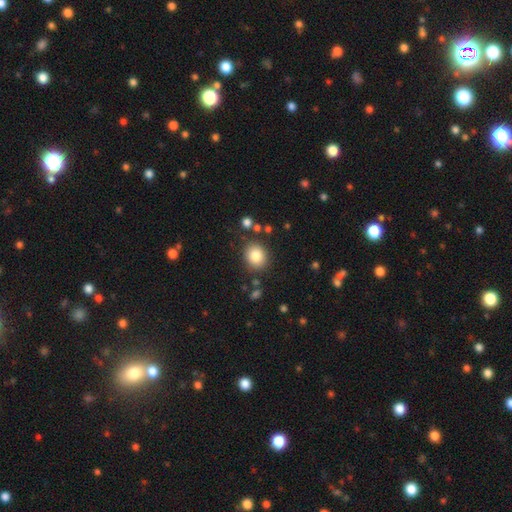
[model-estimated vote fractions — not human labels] A smooth galaxy with no disk features (83%) that is round (68%).

Vote fractions:
- Smooth or featured? smooth: 83% / star or artifact: 9% / featured or disk: 7%
- How rounded? round: 68% / in between: 31% / cigar-shaped: 1%
- Merging? none: 84% / minor disturbance: 9% / merger: 4% / major disturbance: 3%